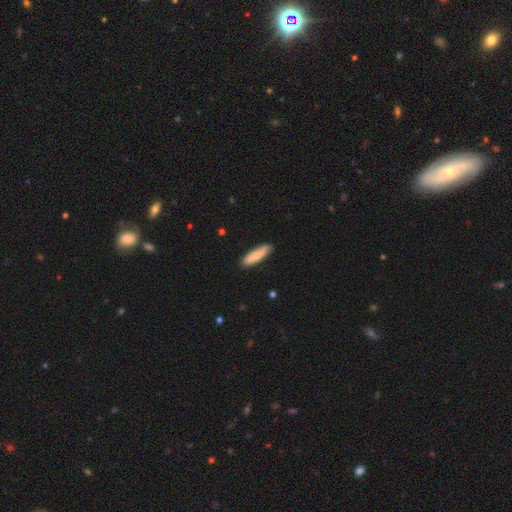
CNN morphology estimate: Smooth or featured? Predicted: smooth (p=0.74). How rounded? Predicted: cigar-shaped (p=0.69). Merging? Predicted: none (p=0.86).